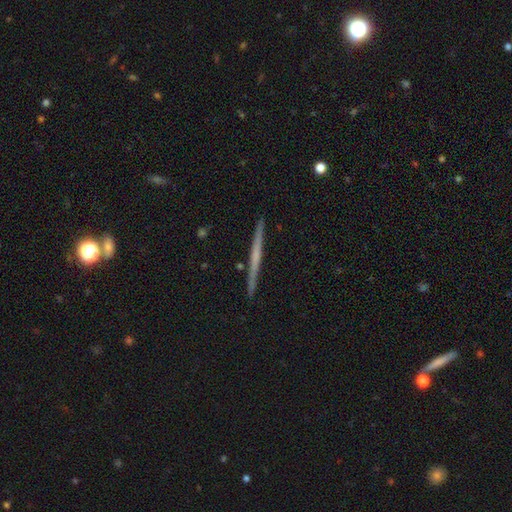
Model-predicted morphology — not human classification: The model was most divided on "smooth or featured": featured or disk: 61%, smooth: 34%, star or artifact: 5%. More confident: edge-on disk — yes (98%); merging — none (92%); edge-on bulge — none (82%).